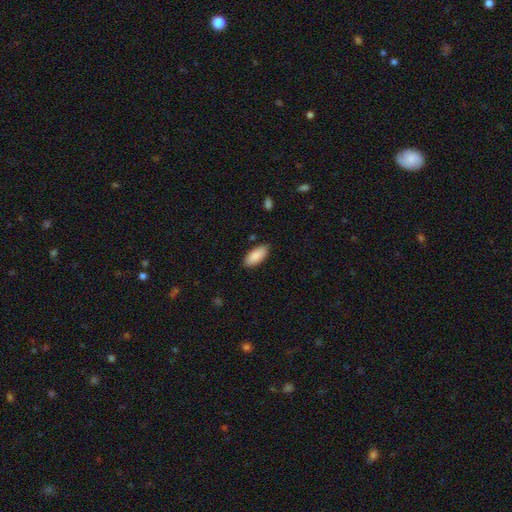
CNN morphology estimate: smooth-or-featured: smooth: 89% | star or artifact: 6% | featured or disk: 5%
  how-rounded: in between: 88% | cigar-shaped: 11% | round: 2%
  merging: none: 85% | minor disturbance: 11% | major disturbance: 2% | merger: 2%